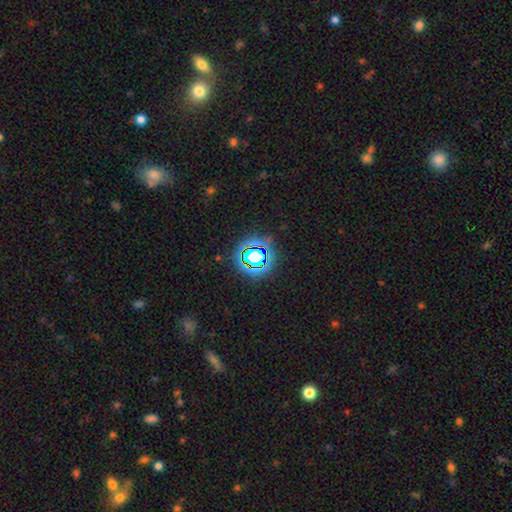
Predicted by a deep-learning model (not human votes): A star or artifact, not a galaxy (66%).